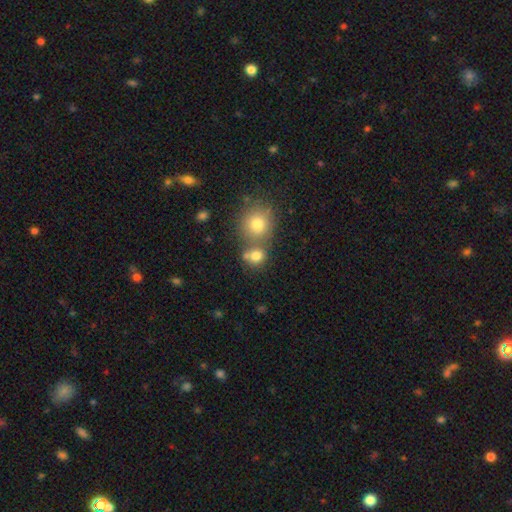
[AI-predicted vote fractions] Smooth or featured? smooth (78%)
How rounded? round (78%)
Merging? none (49%)